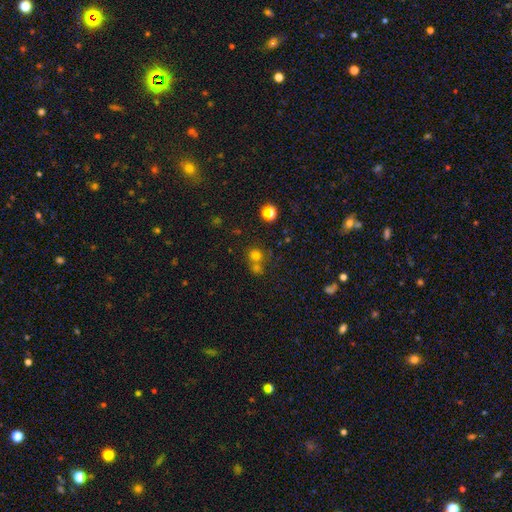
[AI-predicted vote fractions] This appears to be a smooth galaxy with no disk features (69%) that is round (87%). Merging: none (52%).